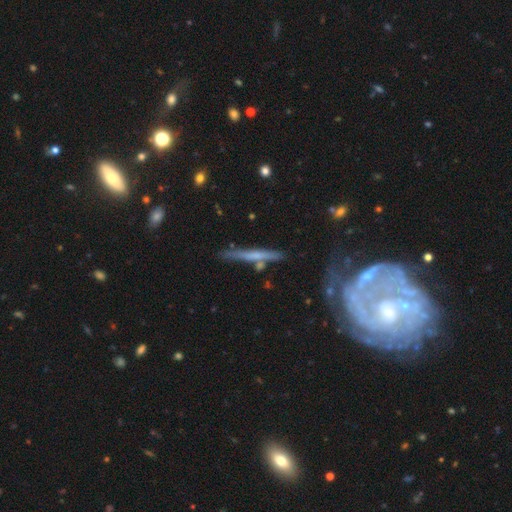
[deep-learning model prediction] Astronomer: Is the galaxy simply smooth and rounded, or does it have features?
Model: featured or disk — 56% (runner-up: smooth, 38%).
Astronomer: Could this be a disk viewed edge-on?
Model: yes — 93%.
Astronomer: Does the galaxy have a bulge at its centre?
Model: none — 61%.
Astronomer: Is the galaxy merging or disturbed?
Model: none — 76%.